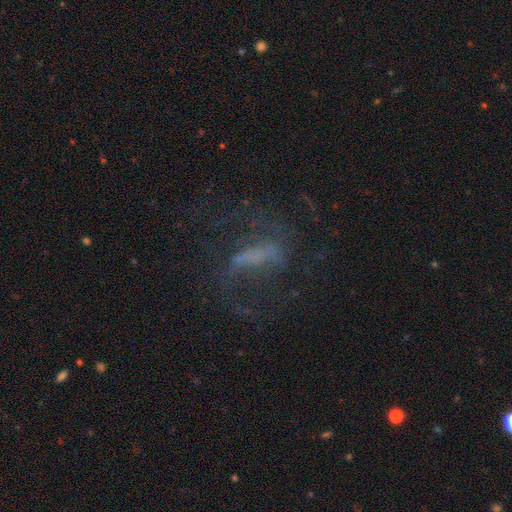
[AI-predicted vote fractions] A featured or disk galaxy (67%) with a strong bar (59%), spiral arms (77%) and no central bulge (51%).

Vote fractions:
- Smooth or featured? featured or disk: 67% / star or artifact: 17% / smooth: 16%
- Edge-on disk? no: 86% / yes: 14%
- Bar? strong: 59% / weak: 27% / no: 14%
- Spiral arms? yes: 77% / no: 23%
- Bulge size? none: 51% / small: 23% / moderate: 17% / large: 7% / dominant: 2%
- Merging? none: 59% / major disturbance: 24% / minor disturbance: 15% / merger: 2%